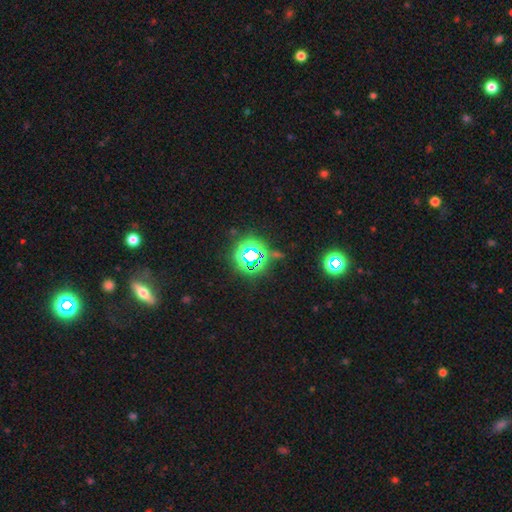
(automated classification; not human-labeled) Smooth or featured: star or artifact — 77% (smooth — 14%)